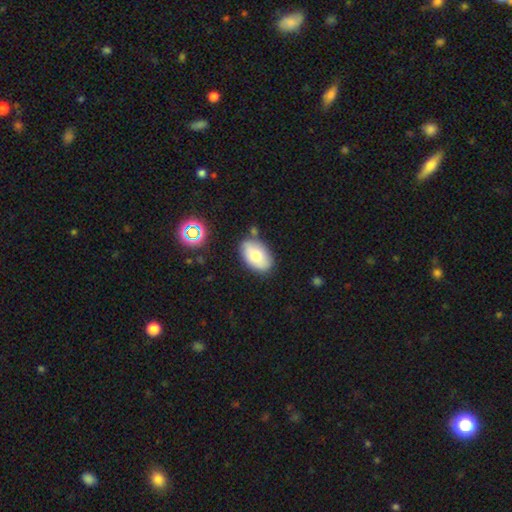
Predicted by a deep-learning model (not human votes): Smooth or featured?
  - smooth: 74% *
  - featured or disk: 18%
  - star or artifact: 8%
How rounded?
  - in between: 91% *
  - round: 7%
  - cigar-shaped: 1%
Merging?
  - none: 78% *
  - minor disturbance: 14%
  - merger: 5%
  - major disturbance: 3%